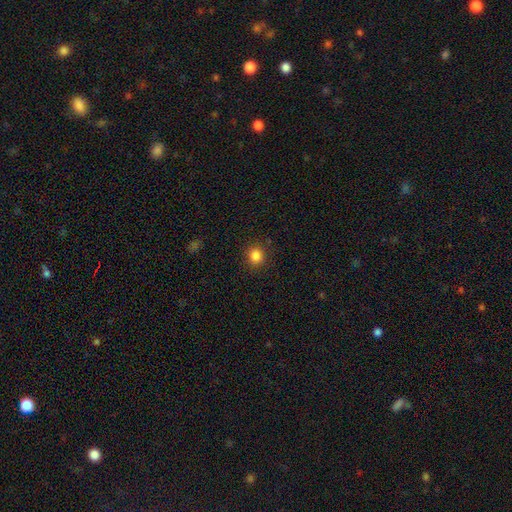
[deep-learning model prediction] This appears to be a smooth galaxy with no disk features (84%) that is round (85%). Merging: none (89%).